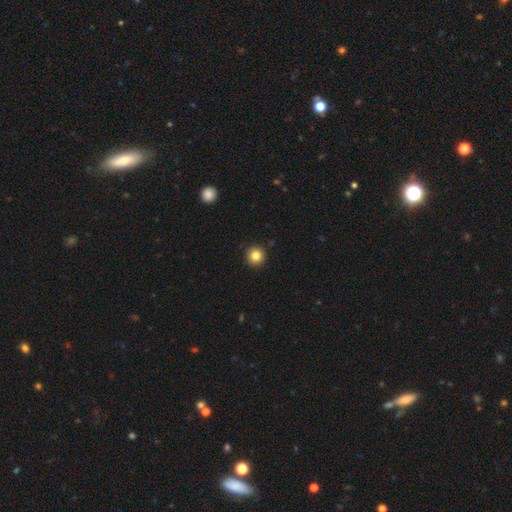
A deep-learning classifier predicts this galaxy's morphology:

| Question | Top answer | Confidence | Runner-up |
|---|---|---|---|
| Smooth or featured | smooth | 84% | star or artifact (11%) |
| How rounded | round | 95% | in between (4%) |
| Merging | none | 93% | minor disturbance (5%) |